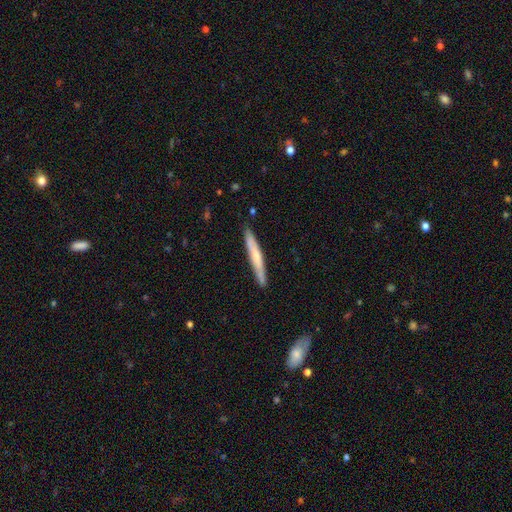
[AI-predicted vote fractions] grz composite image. It shows a smooth galaxy with no disk features (54%) that is cigar-shaped (96%). Merging: none (86%).